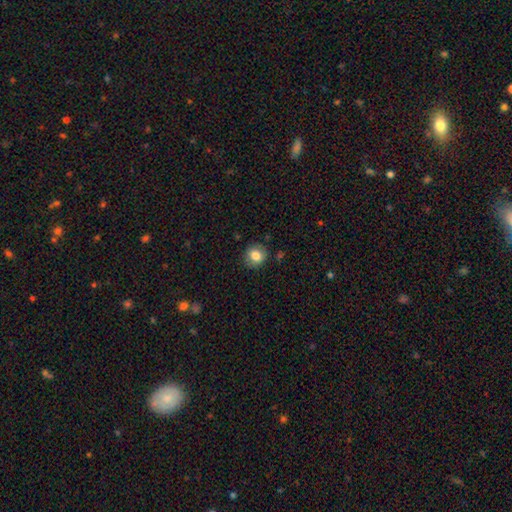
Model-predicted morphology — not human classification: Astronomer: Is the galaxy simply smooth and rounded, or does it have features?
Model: smooth — 81%.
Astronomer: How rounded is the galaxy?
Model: round — 78%.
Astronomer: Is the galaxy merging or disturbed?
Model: none — 83%.